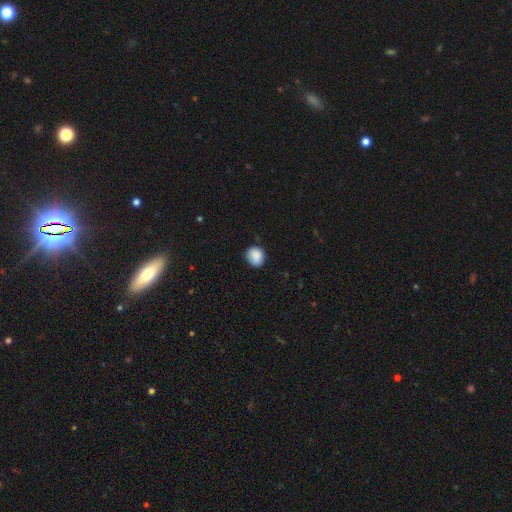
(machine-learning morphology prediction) smooth_or_featured: smooth (p=0.87) [alt: star or artifact p=0.08]
how_rounded: round (p=0.75) [alt: in between p=0.24]
merging: none (p=0.75) [alt: minor disturbance p=0.20]